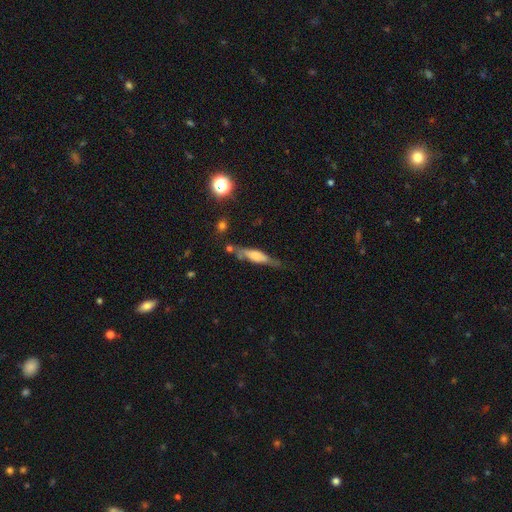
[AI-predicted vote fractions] This appears to be a featured or disk galaxy (48%). Merging: none (63%).